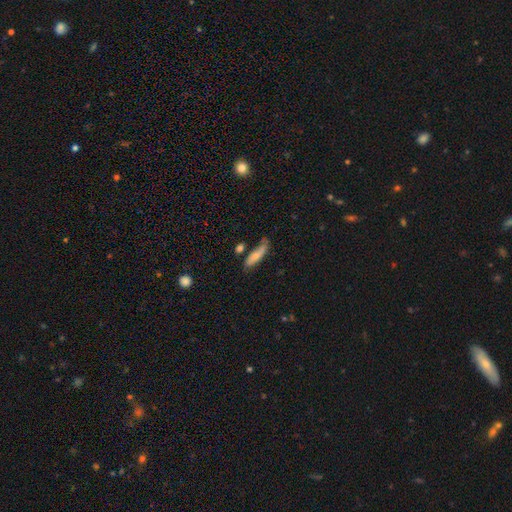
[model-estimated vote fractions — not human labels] A smooth galaxy with no disk features (70%) that is cigar-shaped (63%). Merging: none (47%).